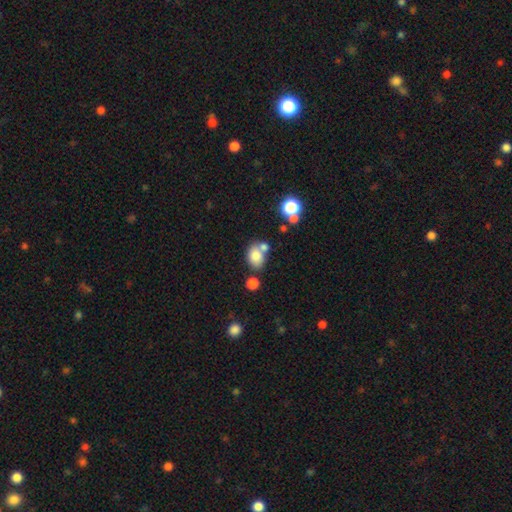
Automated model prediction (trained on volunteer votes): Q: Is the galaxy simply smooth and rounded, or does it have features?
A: smooth — 78%.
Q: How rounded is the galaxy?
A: in between — 66%.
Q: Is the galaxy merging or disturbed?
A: none — 51%.